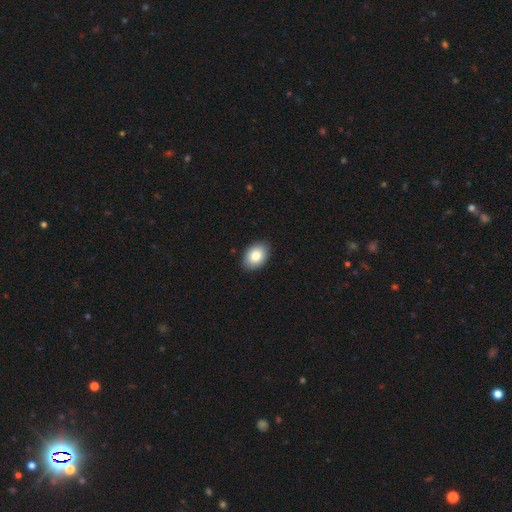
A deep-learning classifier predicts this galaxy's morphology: smooth_or_featured: smooth (p=0.84) [alt: featured or disk p=0.08]
how_rounded: in between (p=0.82) [alt: round p=0.17]
merging: none (p=0.89) [alt: minor disturbance p=0.08]